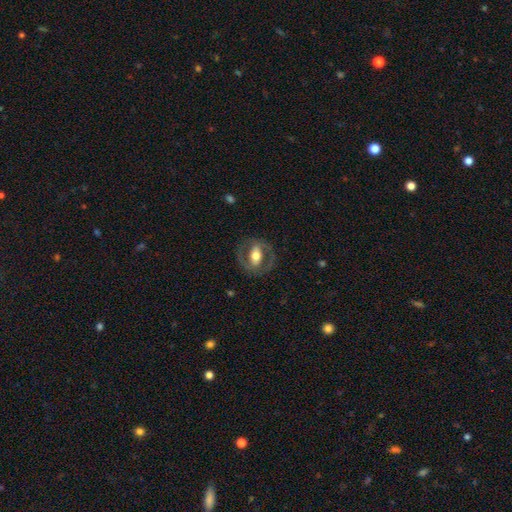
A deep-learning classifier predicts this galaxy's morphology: smooth_or_featured: featured or disk (p=0.67) [alt: smooth p=0.28]
disk_edge_on: no (p=0.93) [alt: yes p=0.07]
bar: strong (p=0.41) [alt: no p=0.30]
has_spiral_arms: yes (p=0.52) [alt: no p=0.48]
bulge_size: moderate (p=0.61) [alt: large p=0.25]
merging: none (p=0.77) [alt: minor disturbance p=0.12]